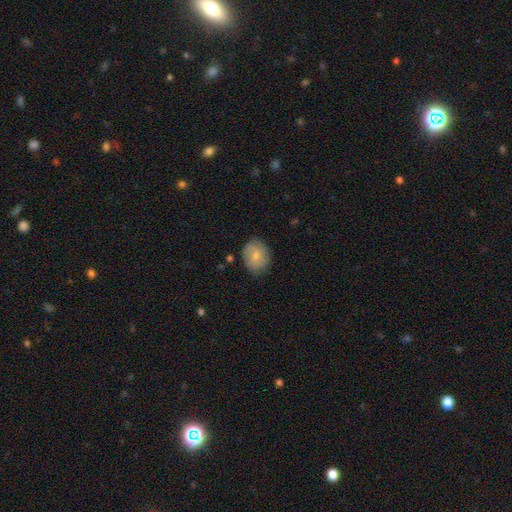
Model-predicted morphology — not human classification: smooth-or-featured: smooth: 76% | featured or disk: 17% | star or artifact: 7%
  how-rounded: round: 50% | in between: 49% | cigar-shaped: 1%
  merging: none: 77% | minor disturbance: 17% | major disturbance: 4% | merger: 2%